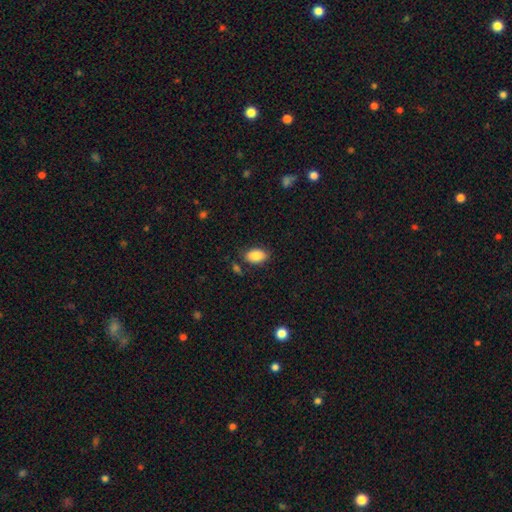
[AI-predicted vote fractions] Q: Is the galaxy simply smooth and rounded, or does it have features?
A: smooth — 87%.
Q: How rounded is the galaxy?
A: in between — 91%.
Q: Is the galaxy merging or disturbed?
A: none — 79%.